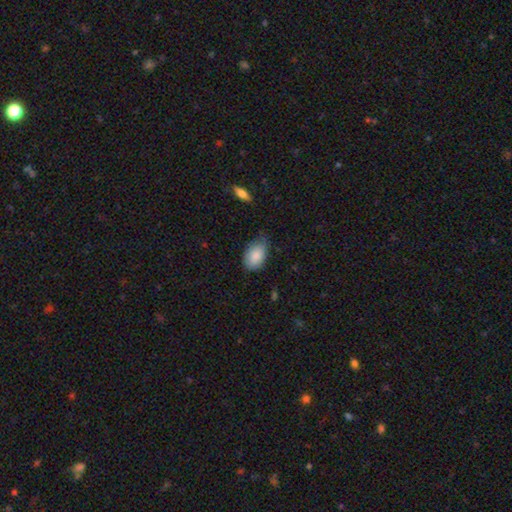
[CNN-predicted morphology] Smooth or featured? smooth (87%)
How rounded? in between (92%)
Merging? none (61%)